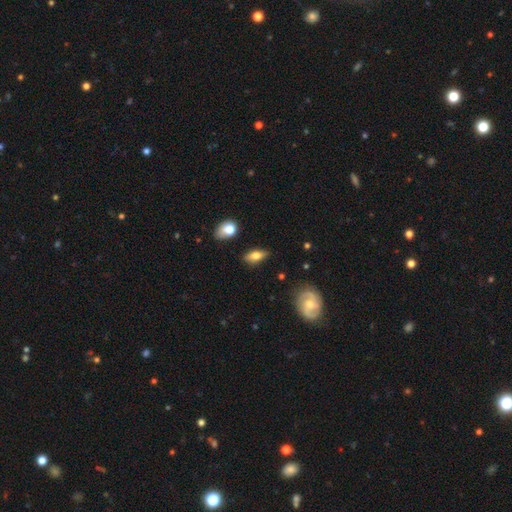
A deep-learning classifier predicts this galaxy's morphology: type=smooth (66%); roundness=in between (79%); merging=none (82%).